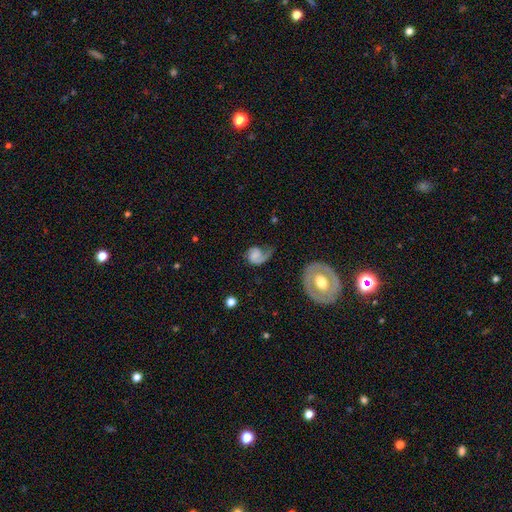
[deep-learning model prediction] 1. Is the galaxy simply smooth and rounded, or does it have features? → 67% featured or disk, 26% smooth, 7% star or artifact.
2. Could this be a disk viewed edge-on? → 98% no, 2% yes.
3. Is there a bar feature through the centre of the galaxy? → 59% no, 33% weak, 8% strong.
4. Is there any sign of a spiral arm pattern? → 92% yes, 8% no.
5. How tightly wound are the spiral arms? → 39% medium (tied), 39% loose (tied), 22% tight.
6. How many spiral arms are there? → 47% 2, 46% 1, 5% can't tell, 1% 3, 1% 4, 1% more than 4.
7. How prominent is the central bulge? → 35% none, 33% small, 22% moderate, 8% large, 2% dominant.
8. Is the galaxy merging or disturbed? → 40% none, 30% major disturbance, 26% minor disturbance, 4% merger.